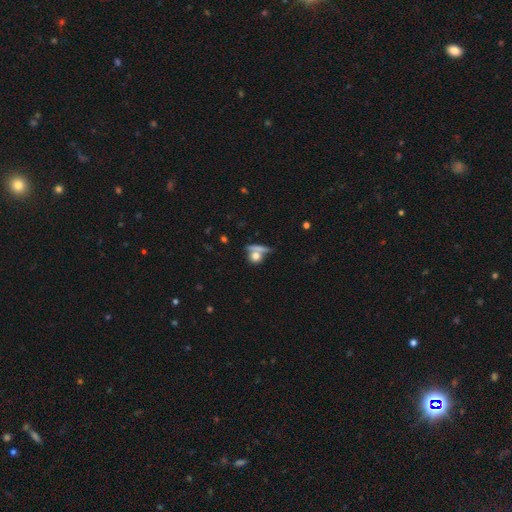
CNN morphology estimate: A smooth galaxy with no disk features (70%) that is round (68%). Merging: none (48%).